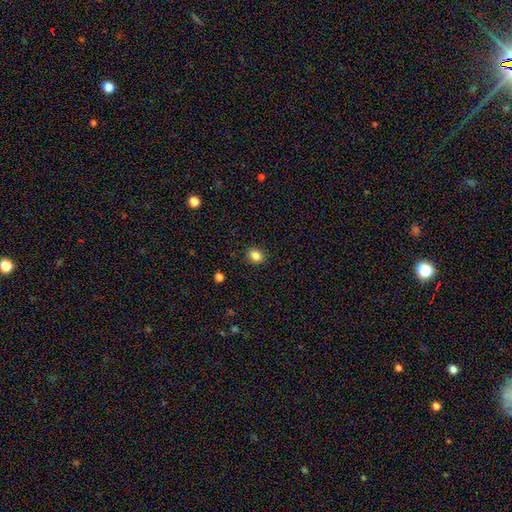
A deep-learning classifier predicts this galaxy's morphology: smooth_or_featured: smooth (p=0.85) [alt: star or artifact p=0.10]
how_rounded: round (p=0.54) [alt: in between p=0.45]
merging: none (p=0.89) [alt: minor disturbance p=0.08]